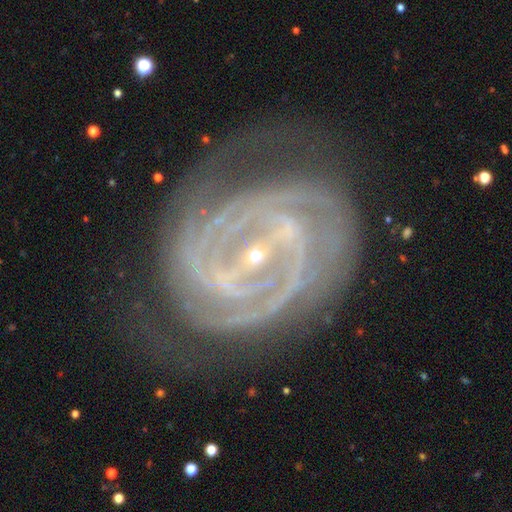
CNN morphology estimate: Smooth or featured: featured or disk — 89% (star or artifact — 7%)
Edge-on disk: no — 97% (yes — 3%)
Bar: strong — 41% (weak — 35%)
Spiral arms: yes — 97% (no — 3%)
Spiral winding: tight — 65% (medium — 29%)
Spiral arm count: 2 — 41% (3 — 18%)
Bulge size: small — 86% (moderate — 9%)
Merging: none — 63% (minor disturbance — 21%)